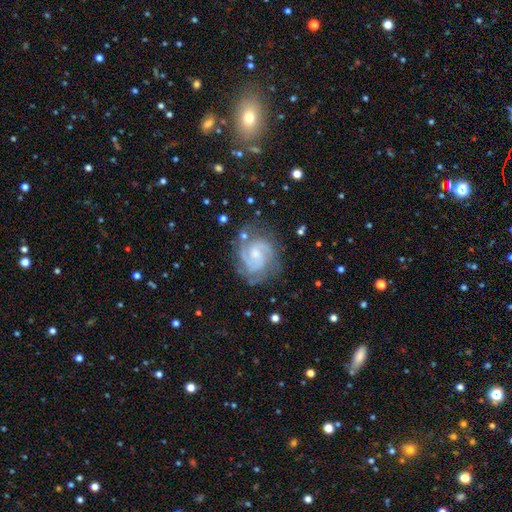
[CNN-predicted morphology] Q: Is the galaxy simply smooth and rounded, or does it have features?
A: featured or disk — 89%.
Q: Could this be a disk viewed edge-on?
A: no — 98%.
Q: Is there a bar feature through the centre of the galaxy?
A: no — 52%.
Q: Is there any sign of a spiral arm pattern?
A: yes — 98%.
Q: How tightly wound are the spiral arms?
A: tight — 51%.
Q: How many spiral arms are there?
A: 2 — 60%.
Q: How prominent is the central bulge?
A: small — 51%.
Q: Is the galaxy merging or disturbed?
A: none — 73%.